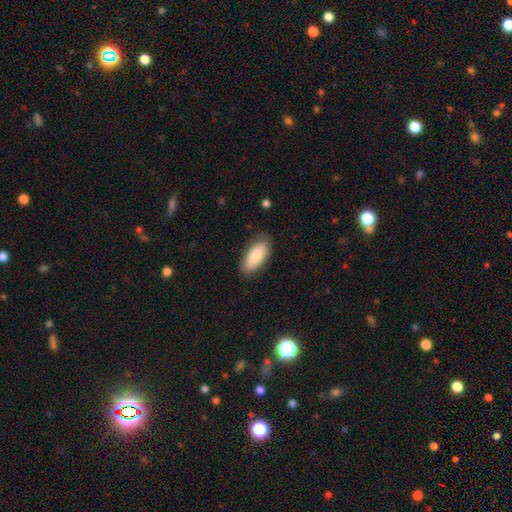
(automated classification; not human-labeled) smooth 80%, featured or disk 14%, star or artifact 6%. Down the decision tree: how rounded — in between (90%); merging — none (79%).